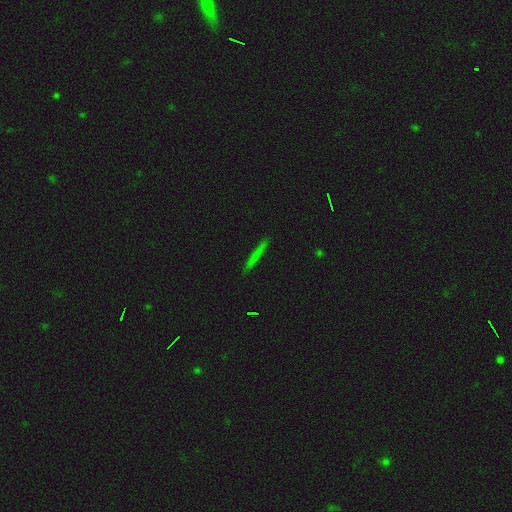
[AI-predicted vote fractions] smooth-or-featured: smooth: 62% | featured or disk: 27% | star or artifact: 10%
  how-rounded: cigar-shaped: 95% | in between: 3% | round: 2%
  merging: none: 89% | minor disturbance: 8% | major disturbance: 2% | merger: 1%